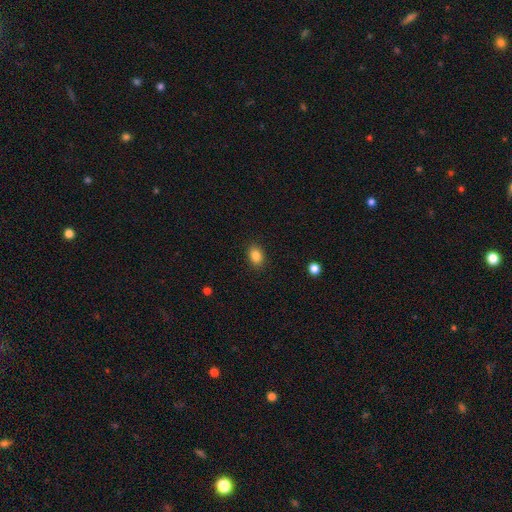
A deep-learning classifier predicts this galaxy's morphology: A smooth galaxy with no disk features (85%) that is in between round and cigar-shaped (73%). Merging: none (88%).